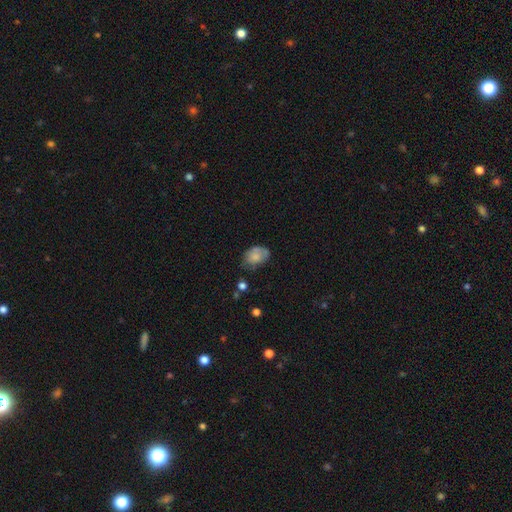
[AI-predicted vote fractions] Morphology: type=smooth (71%); roundness=in between (76%); merging=none (48%).